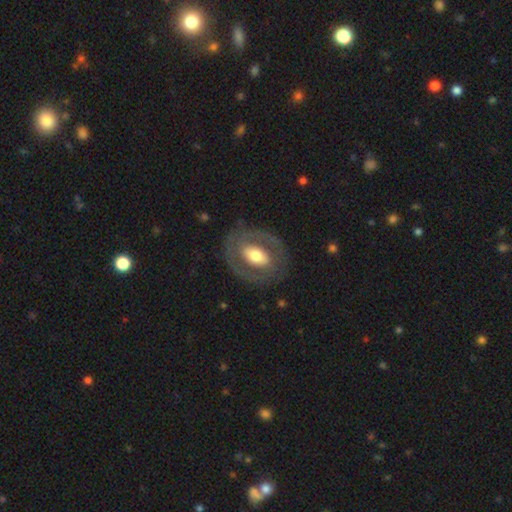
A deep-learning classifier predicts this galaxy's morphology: A featured or disk galaxy (63%) with no bar (42%), no spiral arms (58%) and a moderate central bulge (56%). Merging: none (78%).